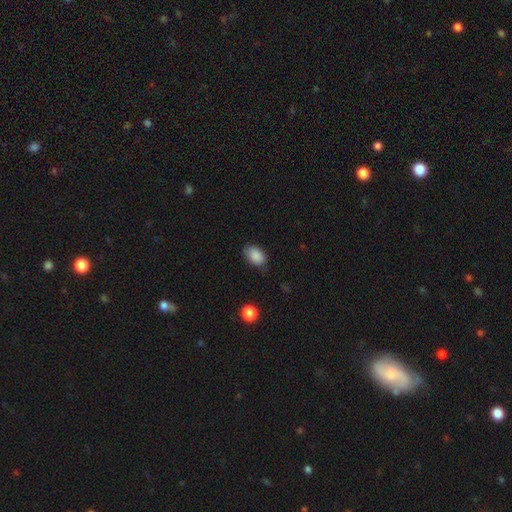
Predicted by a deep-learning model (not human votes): A smooth galaxy with no disk features (88%) that is in between round and cigar-shaped (86%). Merging: none (76%).